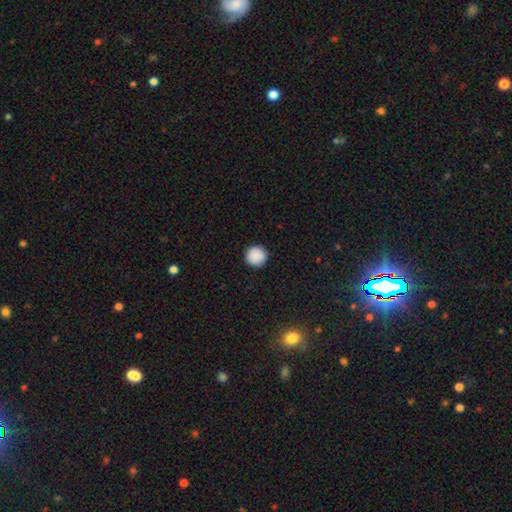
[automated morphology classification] The model was most divided on "smooth or featured": smooth: 90%, star or artifact: 8%, featured or disk: 2%. More confident: how rounded — round (96%); merging — none (93%).